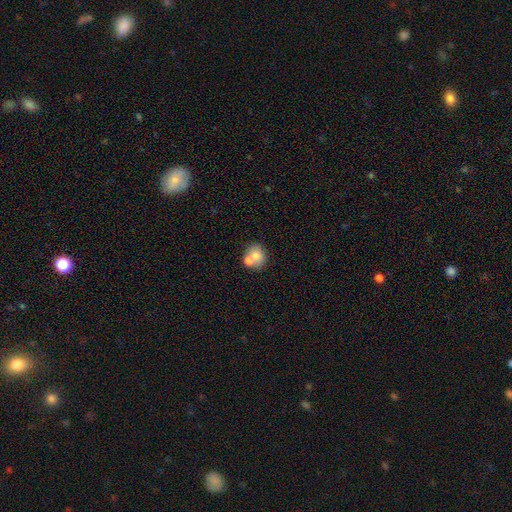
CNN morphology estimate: This is likely a smooth galaxy (73%). How rounded: likely round (71%). Merging: possibly none (49%).